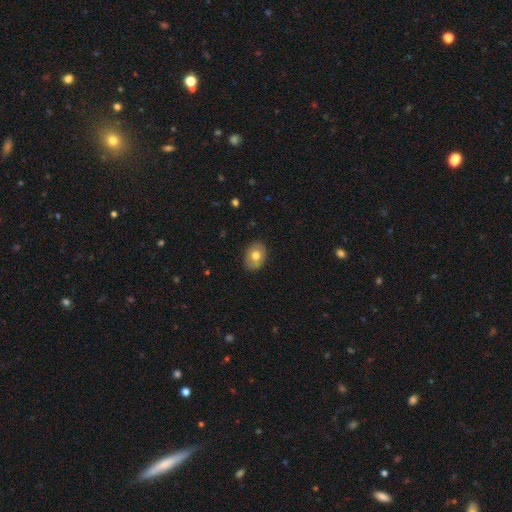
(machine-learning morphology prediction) The model was most divided on "how rounded": in between: 65%, round: 34%, cigar-shaped: 1%. More confident: merging — none (85%); smooth or featured — smooth (71%).